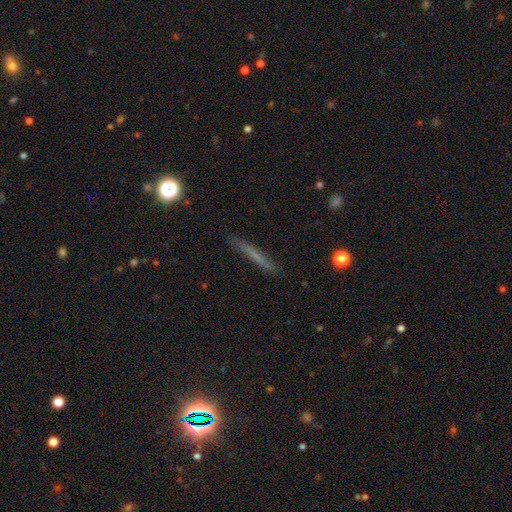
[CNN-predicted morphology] smooth 54%, featured or disk 37%, star or artifact 10%. Down the decision tree: how rounded — cigar-shaped (95%); merging — none (87%).